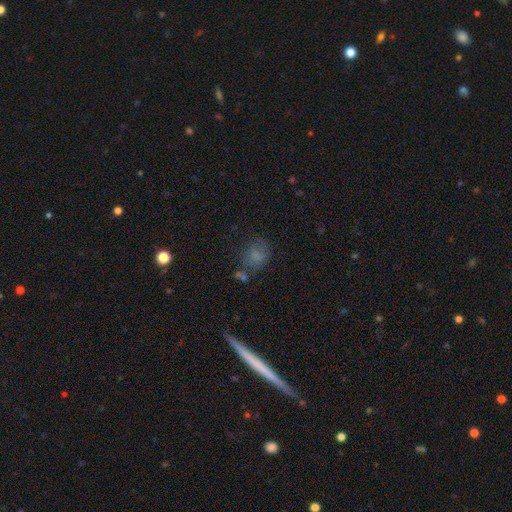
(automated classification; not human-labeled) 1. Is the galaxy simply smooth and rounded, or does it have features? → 69% smooth, 17% star or artifact, 13% featured or disk.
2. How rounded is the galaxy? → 55% round, 44% in between, 2% cigar-shaped.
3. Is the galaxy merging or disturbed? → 58% none, 21% minor disturbance, 11% merger, 11% major disturbance.